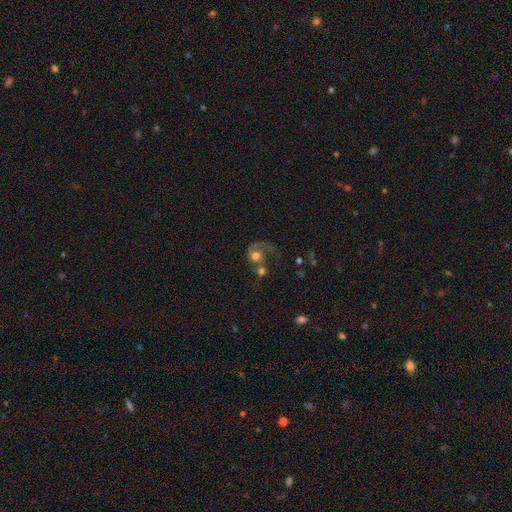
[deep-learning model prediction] The model was most divided on "merging": merger: 41%, major disturbance: 27%, none: 22%, minor disturbance: 10%. Remaining: edge-on disk — no (98%); spiral arms — yes (83%); bar — no (79%); smooth or featured — featured or disk (59%); bulge size — moderate (49%).